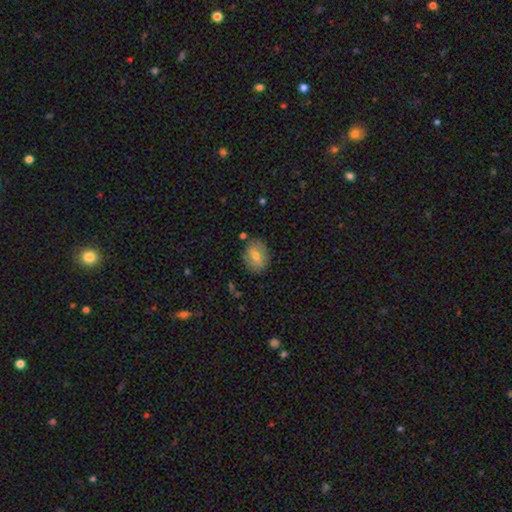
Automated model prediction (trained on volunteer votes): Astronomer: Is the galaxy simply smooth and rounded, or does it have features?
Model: smooth — 59%.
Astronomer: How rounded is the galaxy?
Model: in between — 55% (runner-up: round, 43%).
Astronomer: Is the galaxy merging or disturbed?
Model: none — 82%.